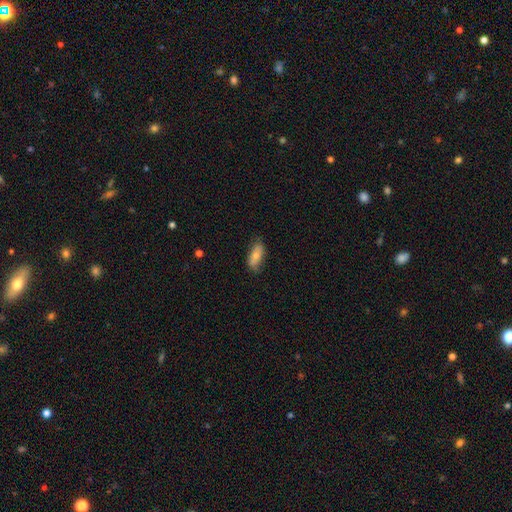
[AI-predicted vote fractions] smooth-or-featured: smooth: 76% | featured or disk: 18% | star or artifact: 6%
  how-rounded: in between: 80% | cigar-shaped: 17% | round: 3%
  merging: none: 72% | minor disturbance: 22% | major disturbance: 4% | merger: 1%